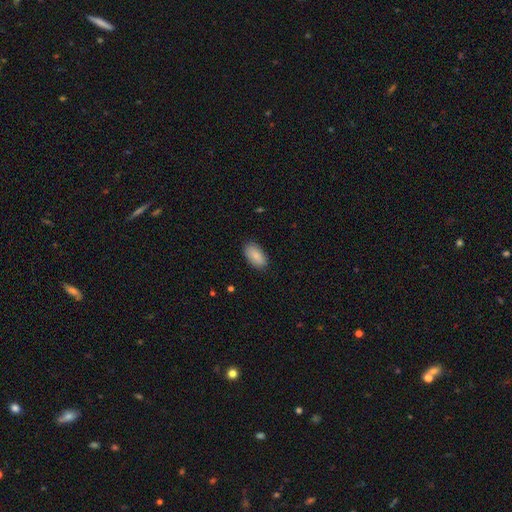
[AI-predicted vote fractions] smooth 86%, featured or disk 8%, star or artifact 7%. Down the decision tree: how rounded — in between (93%); merging — none (85%).